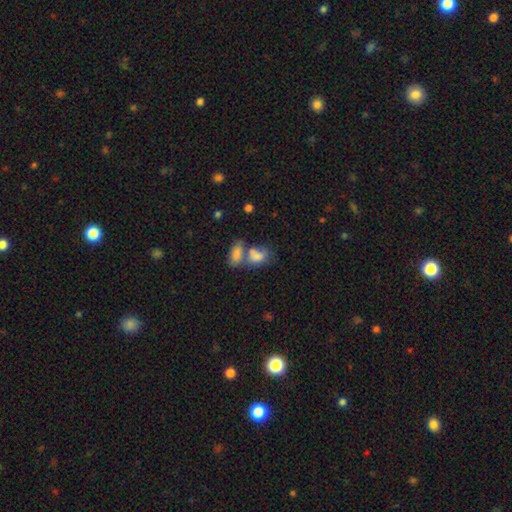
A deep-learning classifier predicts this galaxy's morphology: smooth-or-featured: smooth: 77% | featured or disk: 13% | star or artifact: 10%
  how-rounded: in between: 84% | round: 13% | cigar-shaped: 3%
  merging: merger: 57% | none: 27% | minor disturbance: 10% | major disturbance: 5%